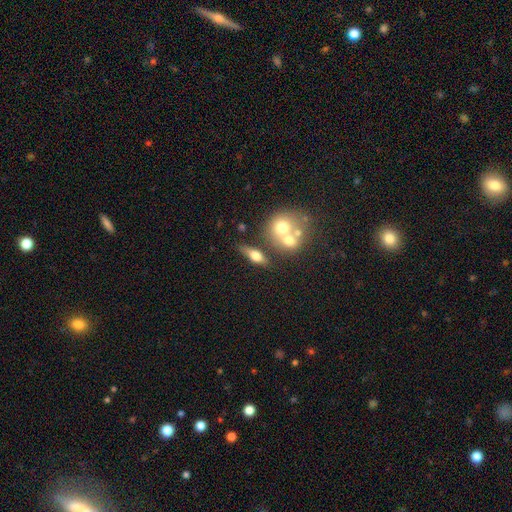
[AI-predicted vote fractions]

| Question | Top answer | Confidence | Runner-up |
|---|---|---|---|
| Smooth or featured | smooth | 50% | featured or disk (40%) |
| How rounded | in between | 59% | cigar-shaped (29%) |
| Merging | none | 57% | merger (22%) |